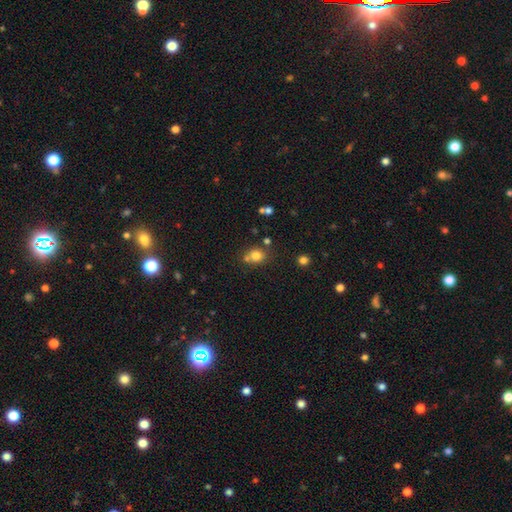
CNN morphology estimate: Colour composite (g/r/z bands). It shows a smooth galaxy with no disk features (77%) that is round (70%). Merging: none (60%).